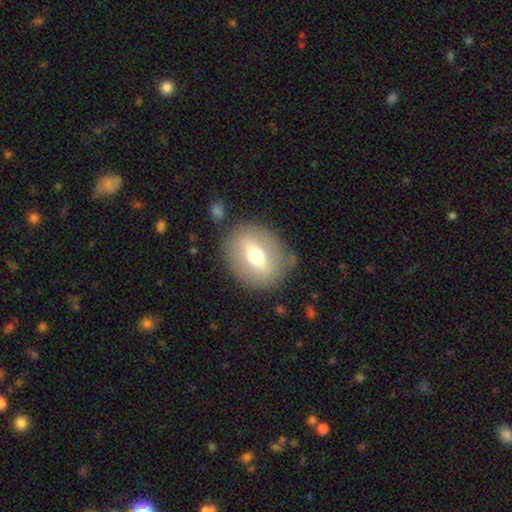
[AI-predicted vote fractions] smooth-or-featured: smooth: 50% | featured or disk: 42% | star or artifact: 8%
  merging: none: 82% | minor disturbance: 11% | major disturbance: 4% | merger: 3%